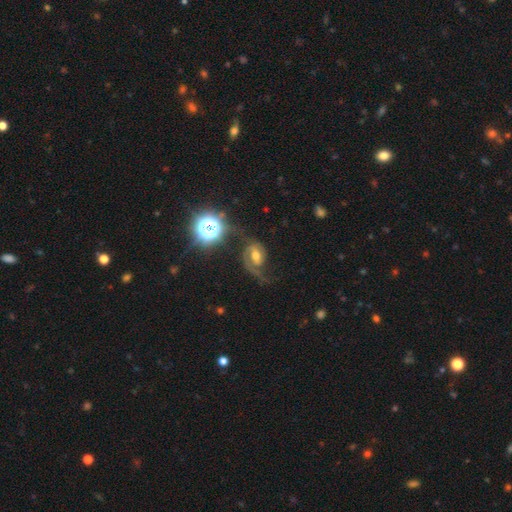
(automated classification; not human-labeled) Smooth or featured? featured or disk (72%)
Edge-on disk? no (97%)
Bar? weak (44%)
Spiral arms? yes (92%)
Spiral winding? loose (44%)
Spiral arm count? 2 (67%)
Bulge size? moderate (66%)
Merging? none (46%)